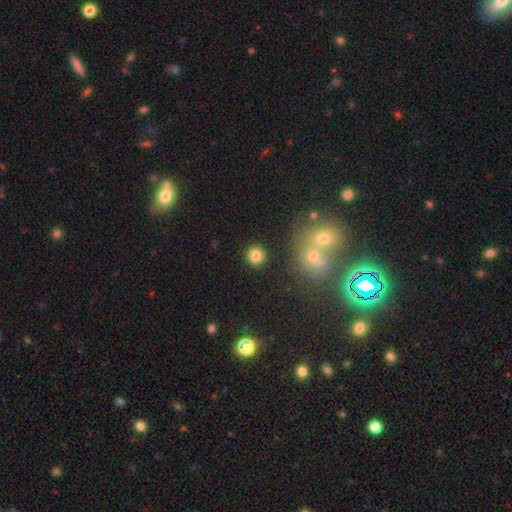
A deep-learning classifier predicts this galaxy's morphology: A smooth galaxy with no disk features (83%) that is round (93%).

Vote fractions:
- Smooth or featured? smooth: 83% / star or artifact: 11% / featured or disk: 6%
- How rounded? round: 93% / in between: 6% / cigar-shaped: 1%
- Merging? none: 89% / minor disturbance: 5% / merger: 3% / major disturbance: 2%